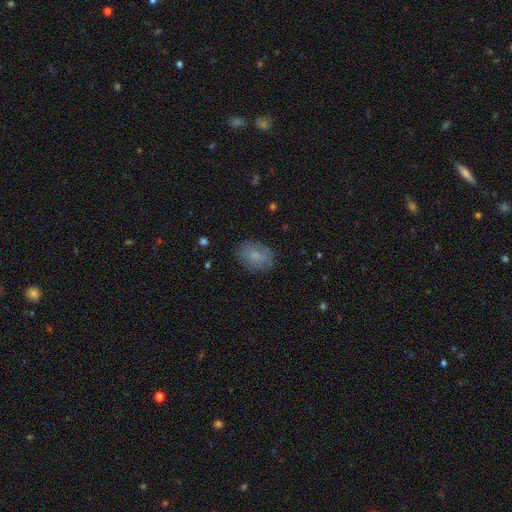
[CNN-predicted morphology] Q: Smooth or featured?
A: smooth (72%); runner-up: featured or disk (20%)
Q: How rounded?
A: in between (77%); runner-up: round (22%)
Q: Merging?
A: none (82%); runner-up: minor disturbance (14%)